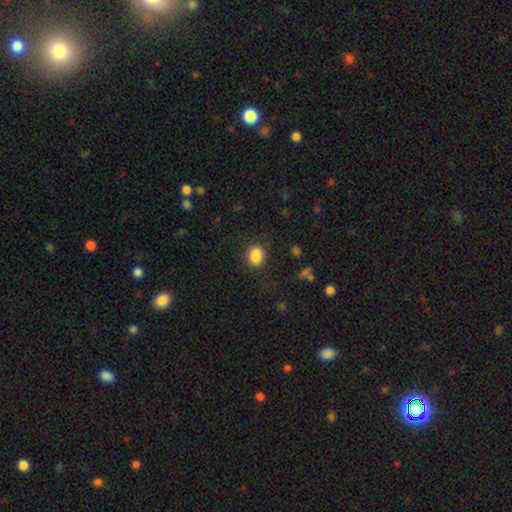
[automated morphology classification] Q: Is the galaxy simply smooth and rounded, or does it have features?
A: smooth — 86%.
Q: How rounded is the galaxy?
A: in between — 60%.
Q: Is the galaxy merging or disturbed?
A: none — 75%.